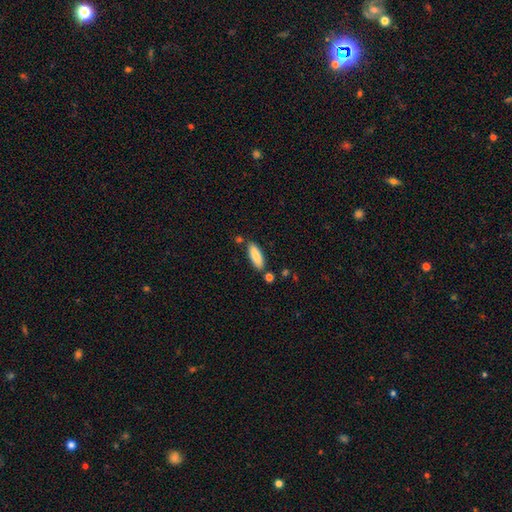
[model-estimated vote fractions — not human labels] smooth 83%, featured or disk 11%, star or artifact 6%. Down the decision tree: how rounded — in between (63%); merging — none (80%).